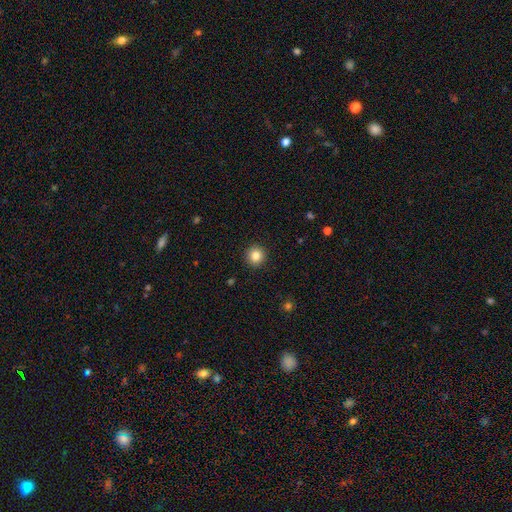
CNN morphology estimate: smooth-or-featured: smooth: 84% | star or artifact: 11% | featured or disk: 6%
  how-rounded: round: 95% | in between: 4% | cigar-shaped: 1%
  merging: none: 93% | minor disturbance: 5% | major disturbance: 2% | merger: 1%